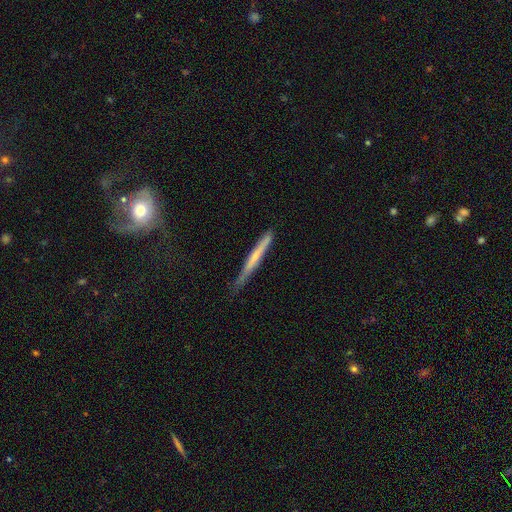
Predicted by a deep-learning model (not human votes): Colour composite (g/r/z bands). It shows a smooth galaxy with no disk features (49%). Merging: none (72%).